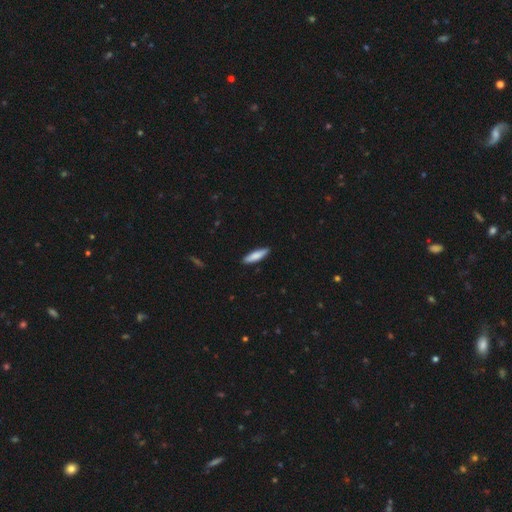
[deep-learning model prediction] Q: Smooth or featured?
A: smooth (82%); runner-up: featured or disk (13%)
Q: How rounded?
A: cigar-shaped (73%); runner-up: in between (25%)
Q: Merging?
A: none (89%); runner-up: minor disturbance (8%)